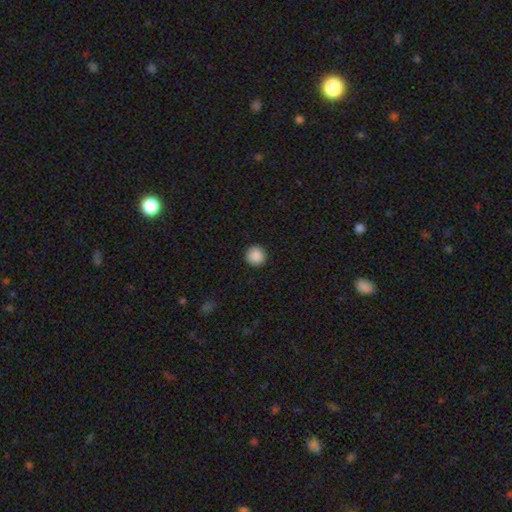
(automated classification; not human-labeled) This appears to be a smooth galaxy with no disk features (89%) that is round (96%). Merging: none (93%).